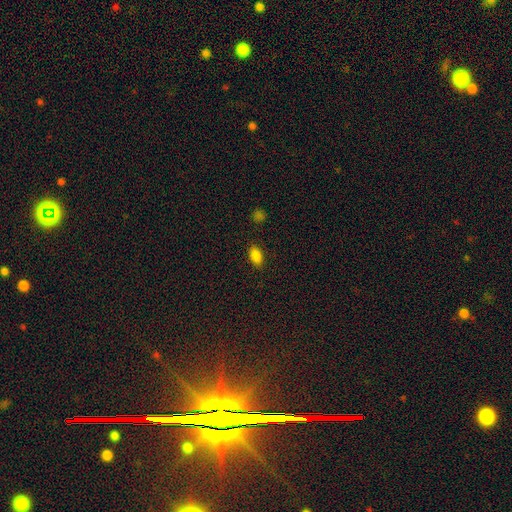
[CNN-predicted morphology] smooth 85%, star or artifact 10%, featured or disk 5%. Down the decision tree: how rounded — in between (91%); merging — none (87%).